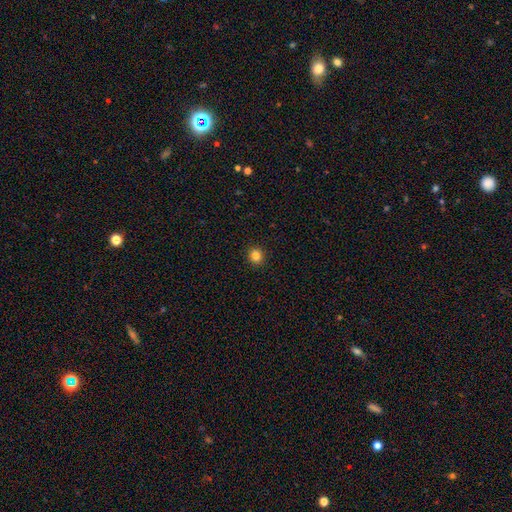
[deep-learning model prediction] A smooth galaxy with no disk features (83%) that is round (88%). Merging: none (92%).